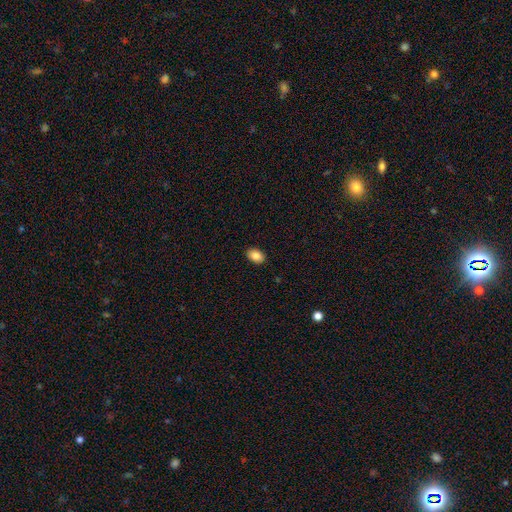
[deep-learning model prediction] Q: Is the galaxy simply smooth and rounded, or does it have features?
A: smooth — 86%.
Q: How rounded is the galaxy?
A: in between — 84%.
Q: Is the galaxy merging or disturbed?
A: none — 90%.